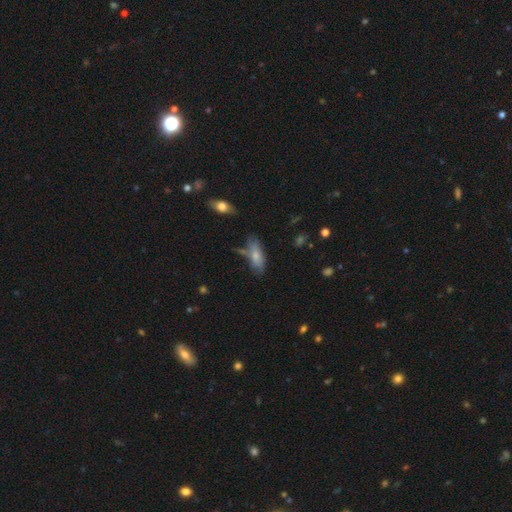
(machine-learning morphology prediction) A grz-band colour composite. It shows a smooth galaxy with no disk features (68%) that is in between round and cigar-shaped (73%). Merging: none (52%).